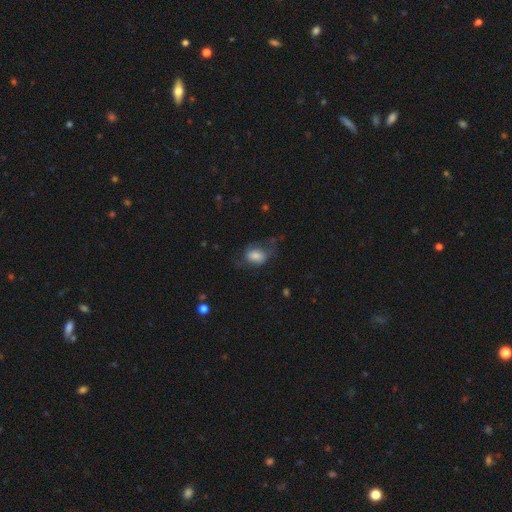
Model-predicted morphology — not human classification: Smooth or featured? Predicted: smooth (p=0.73). How rounded? Predicted: in between (p=0.73). Merging? Predicted: none (p=0.46).